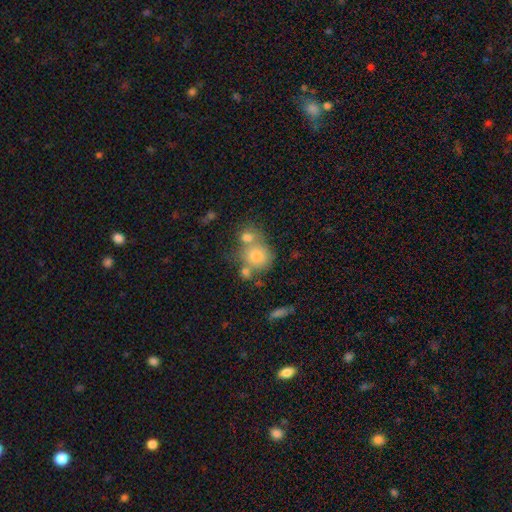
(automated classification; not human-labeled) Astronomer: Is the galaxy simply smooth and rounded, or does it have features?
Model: smooth — 72%.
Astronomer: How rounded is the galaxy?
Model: round — 75%.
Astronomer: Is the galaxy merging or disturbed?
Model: merger — 44% (runner-up: none, 41%).